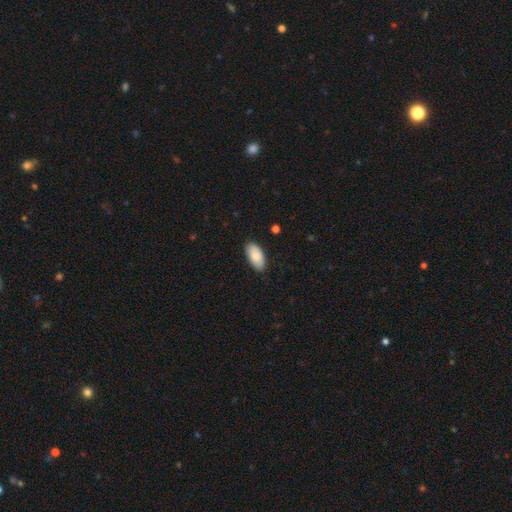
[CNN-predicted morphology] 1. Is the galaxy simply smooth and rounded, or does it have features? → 87% smooth, 8% featured or disk, 6% star or artifact.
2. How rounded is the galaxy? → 95% in between, 3% cigar-shaped, 2% round.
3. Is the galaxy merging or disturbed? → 86% none, 11% minor disturbance, 2% major disturbance, 1% merger.